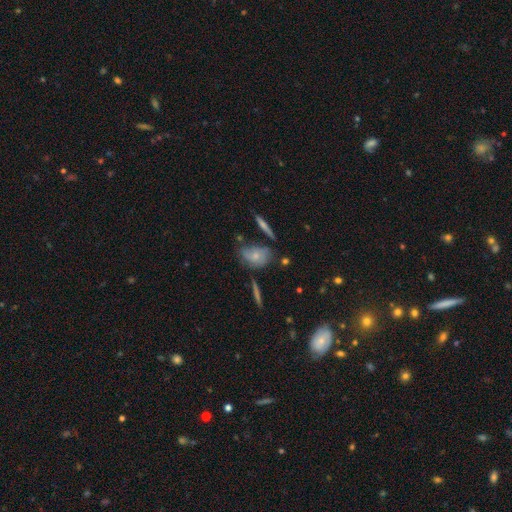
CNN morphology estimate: Overall: smooth (56%; featured or disk 34%). How rounded: in between (75%). Merging: none (52%; minor disturbance 28%).